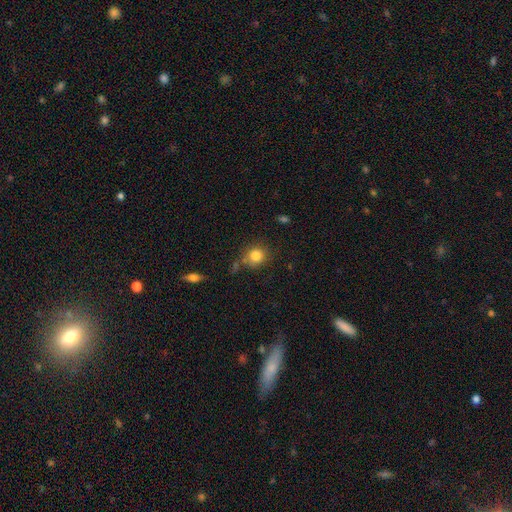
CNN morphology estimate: This is clearly a smooth galaxy (82%). How rounded: clearly round (81%). Merging: likely none (68%).